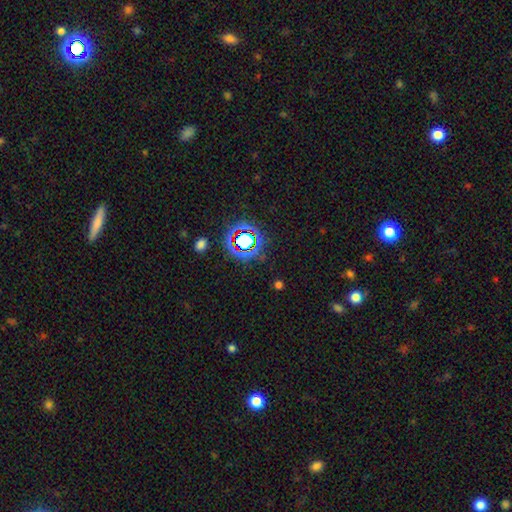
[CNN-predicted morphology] Q: Smooth or featured?
A: star or artifact (77%); runner-up: smooth (14%)